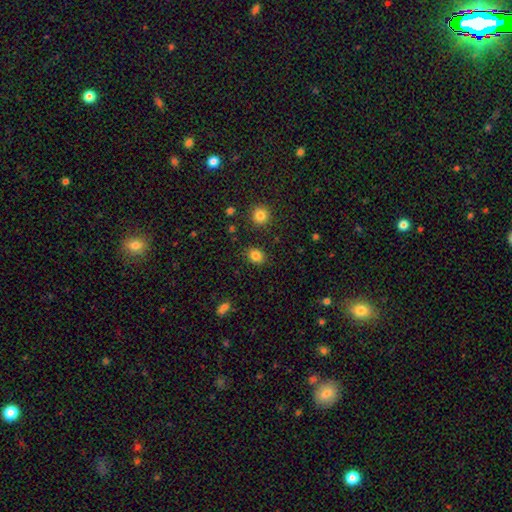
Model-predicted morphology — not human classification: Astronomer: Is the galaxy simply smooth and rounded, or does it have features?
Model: smooth — 84%.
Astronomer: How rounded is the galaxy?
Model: round — 56% (runner-up: in between, 43%).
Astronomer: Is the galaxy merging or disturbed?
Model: none — 87%.